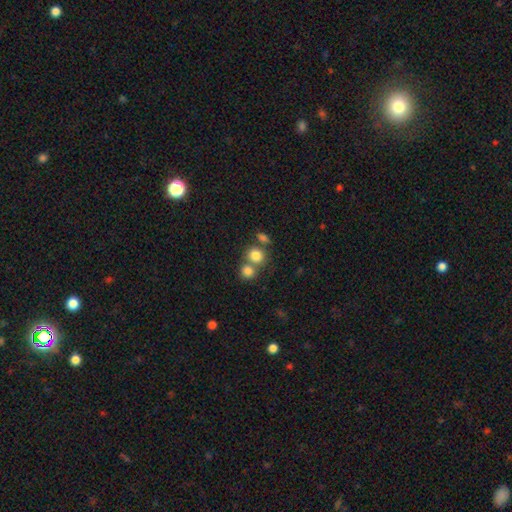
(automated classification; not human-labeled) Smooth or featured? smooth (81%)
How rounded? round (76%)
Merging? none (49%)